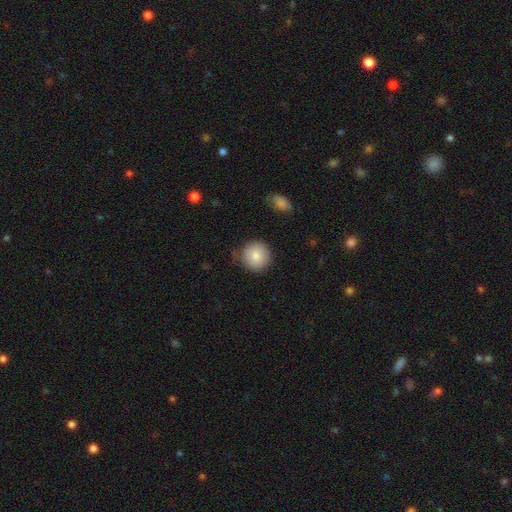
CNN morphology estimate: Smooth or featured? Predicted: smooth (p=0.83). How rounded? Predicted: round (p=0.93). Merging? Predicted: none (p=0.82).